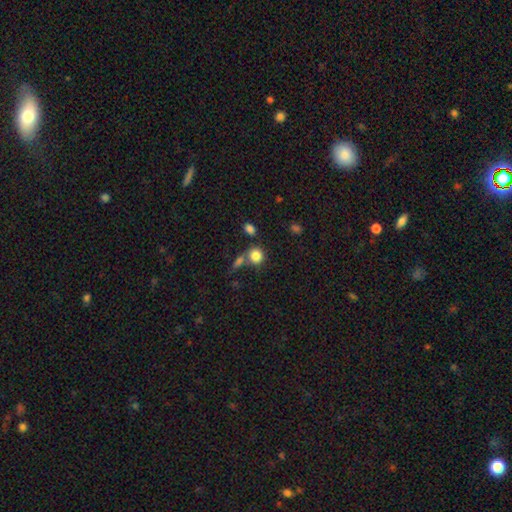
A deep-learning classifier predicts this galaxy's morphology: Q: Smooth or featured?
A: smooth (83%); runner-up: star or artifact (10%)
Q: How rounded?
A: round (81%); runner-up: in between (17%)
Q: Merging?
A: none (58%); runner-up: merger (25%)